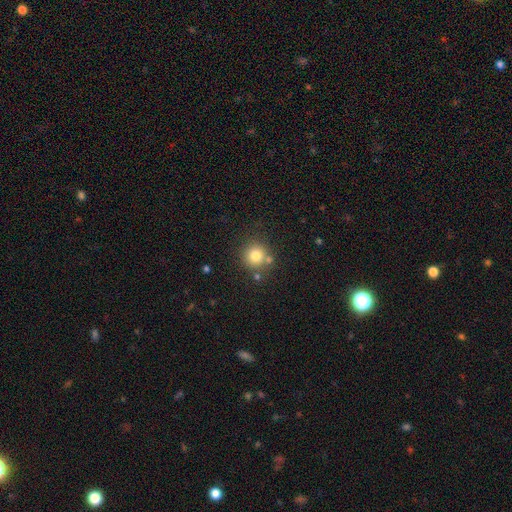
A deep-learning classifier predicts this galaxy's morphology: A smooth galaxy with no disk features (79%) that is round (93%).

Vote fractions:
- Smooth or featured? smooth: 79% / star or artifact: 13% / featured or disk: 9%
- How rounded? round: 93% / in between: 6% / cigar-shaped: 1%
- Merging? none: 75% / merger: 12% / minor disturbance: 10% / major disturbance: 3%